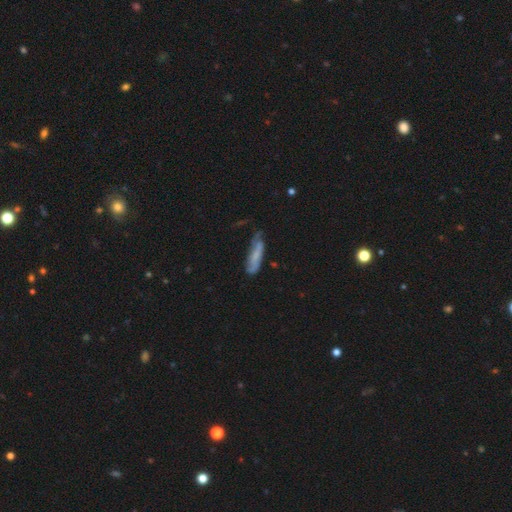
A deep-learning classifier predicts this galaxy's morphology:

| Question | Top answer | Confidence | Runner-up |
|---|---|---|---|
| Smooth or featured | smooth | 58% | featured or disk (33%) |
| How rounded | cigar-shaped | 65% | in between (33%) |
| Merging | none | 43% | minor disturbance (35%) |